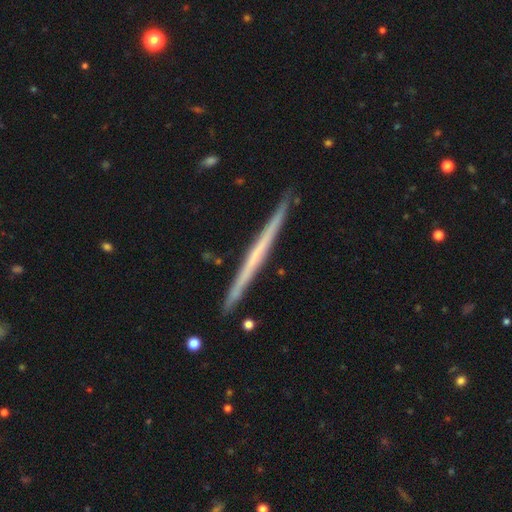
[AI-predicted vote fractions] The model was most divided on "smooth or featured": featured or disk: 63%, smooth: 32%, star or artifact: 5%. More confident: edge-on disk — yes (98%); merging — none (91%); edge-on bulge — none (90%).